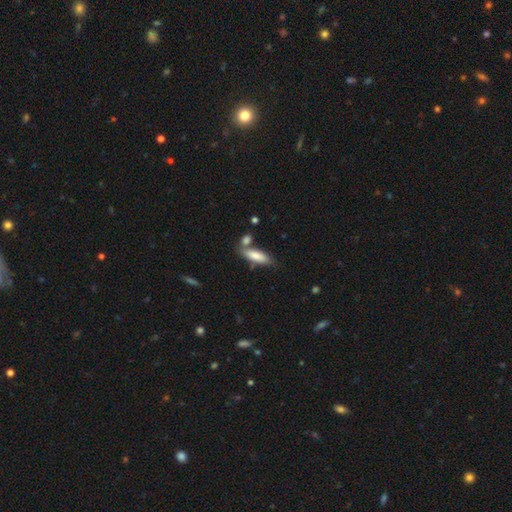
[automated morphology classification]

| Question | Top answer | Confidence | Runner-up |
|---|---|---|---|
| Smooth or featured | smooth | 80% | featured or disk (14%) |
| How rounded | in between | 53% | cigar-shaped (45%) |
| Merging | none | 59% | merger (21%) |